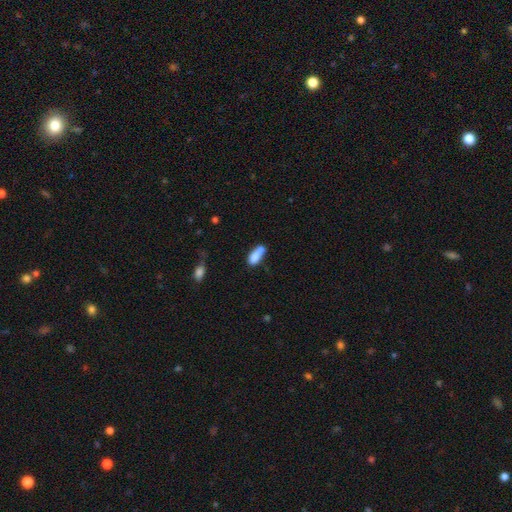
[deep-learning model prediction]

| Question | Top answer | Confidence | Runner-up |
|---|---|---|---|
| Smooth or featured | smooth | 79% | featured or disk (13%) |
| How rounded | in between | 72% | cigar-shaped (25%) |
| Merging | none | 36% | merger (30%) |